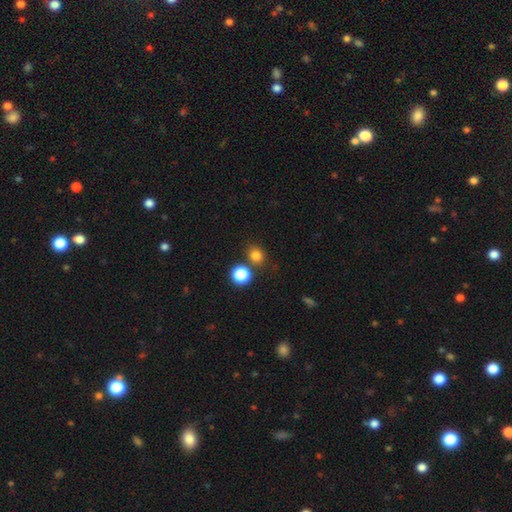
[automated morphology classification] The model was most divided on "how rounded": round: 73%, in between: 26%, cigar-shaped: 1%. More confident: smooth or featured — smooth (79%); merging — none (75%).